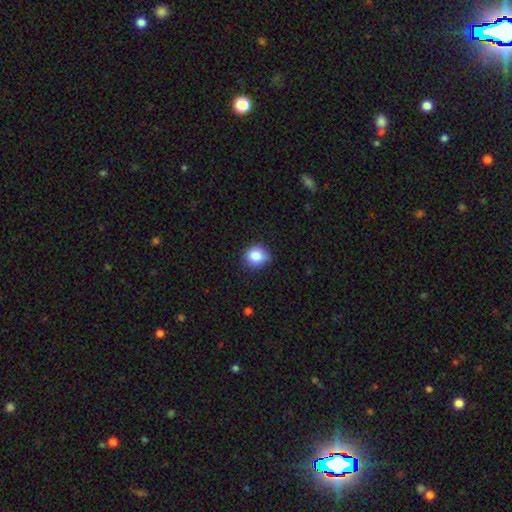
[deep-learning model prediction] Smooth or featured? Predicted: smooth (p=0.84). How rounded? Predicted: round (p=0.82). Merging? Predicted: none (p=0.78).